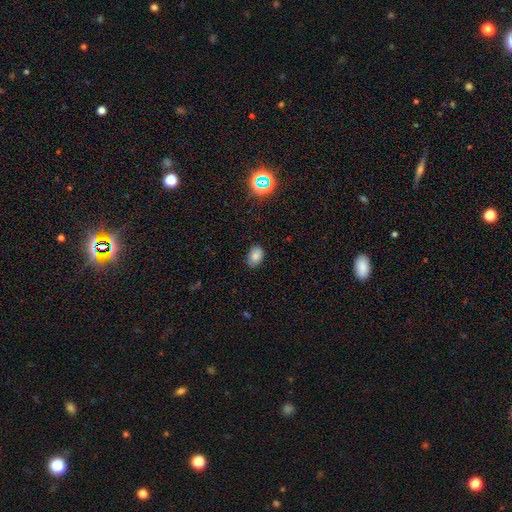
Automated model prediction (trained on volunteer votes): A smooth galaxy with no disk features (80%) that is in between round and cigar-shaped (81%). Merging: none (82%).